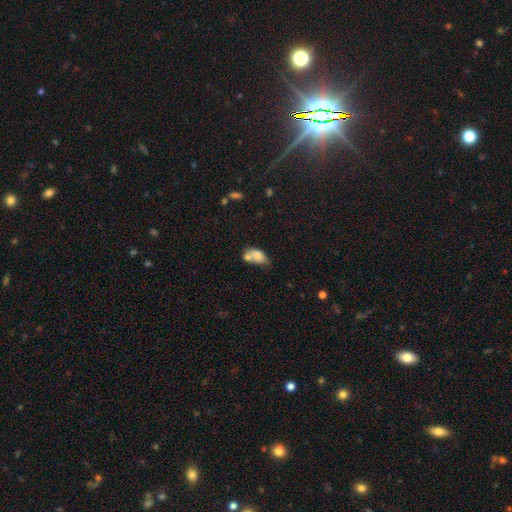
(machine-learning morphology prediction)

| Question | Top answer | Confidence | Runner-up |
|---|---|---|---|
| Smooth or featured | smooth | 74% | featured or disk (17%) |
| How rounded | in between | 86% | round (12%) |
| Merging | merger | 48% | none (27%) |